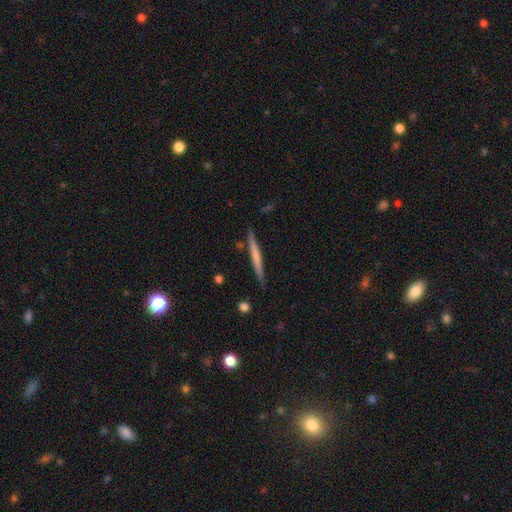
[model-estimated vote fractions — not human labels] Smooth or featured? Predicted: smooth (p=0.52). How rounded? Predicted: cigar-shaped (p=0.97). Merging? Predicted: none (p=0.87).